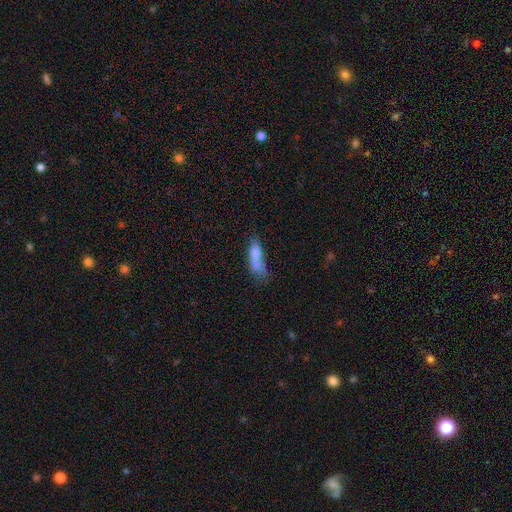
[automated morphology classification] A smooth galaxy with no disk features (70%) that is in between round and cigar-shaped (49%).

Vote fractions:
- Smooth or featured? smooth: 70% / featured or disk: 21% / star or artifact: 9%
- How rounded? in between: 49% / cigar-shaped: 48% / round: 4%
- Merging? none: 30% / minor disturbance: 26% / major disturbance: 26% / merger: 17%